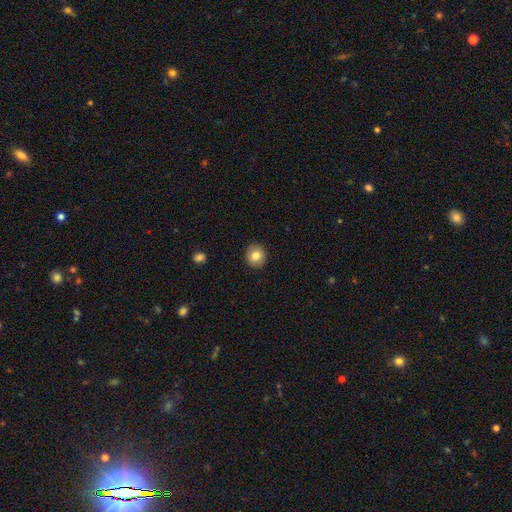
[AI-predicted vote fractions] Q: Smooth or featured?
A: smooth (82%); runner-up: featured or disk (9%)
Q: How rounded?
A: round (89%); runner-up: in between (10%)
Q: Merging?
A: none (92%); runner-up: minor disturbance (5%)